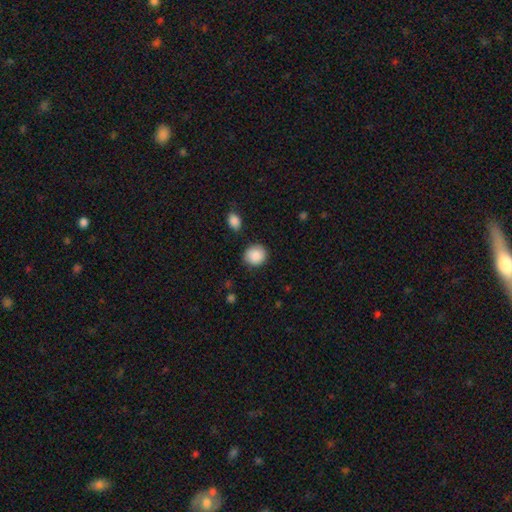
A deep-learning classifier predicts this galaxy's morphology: Q: Smooth or featured?
A: smooth (88%); runner-up: star or artifact (7%)
Q: How rounded?
A: round (85%); runner-up: in between (14%)
Q: Merging?
A: none (85%); runner-up: minor disturbance (11%)